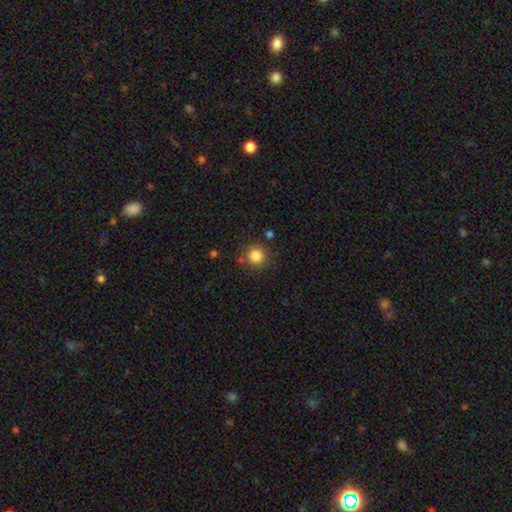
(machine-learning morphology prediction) Smooth or featured: smooth — 84% (star or artifact — 11%)
How rounded: round — 94% (in between — 6%)
Merging: none — 81% (minor disturbance — 10%)